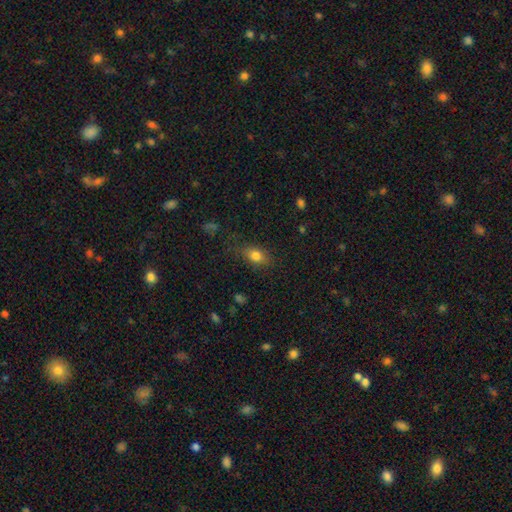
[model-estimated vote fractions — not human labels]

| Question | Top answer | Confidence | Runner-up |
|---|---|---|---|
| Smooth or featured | smooth | 79% | star or artifact (11%) |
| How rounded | in between | 76% | round (18%) |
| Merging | none | 76% | minor disturbance (17%) |